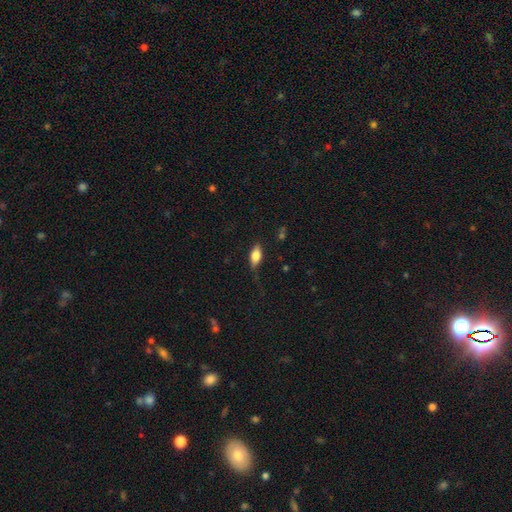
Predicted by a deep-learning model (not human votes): smooth_or_featured: smooth (p=0.68) [alt: featured or disk p=0.25]
how_rounded: in between (p=0.79) [alt: cigar-shaped p=0.17]
merging: none (p=0.70) [alt: minor disturbance p=0.21]